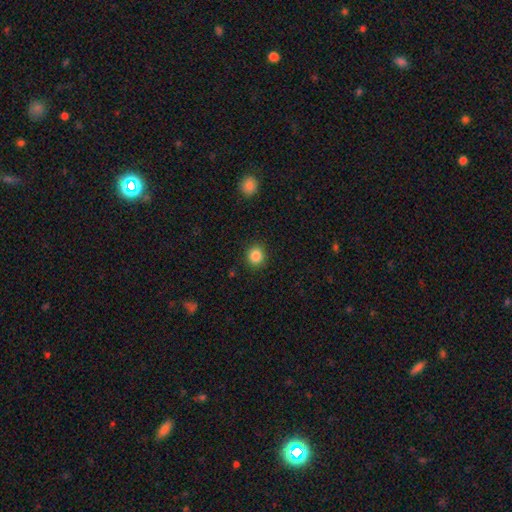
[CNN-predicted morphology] Smooth or featured: smooth — 86% (star or artifact — 10%)
How rounded: round — 84% (in between — 15%)
Merging: none — 90% (minor disturbance — 6%)